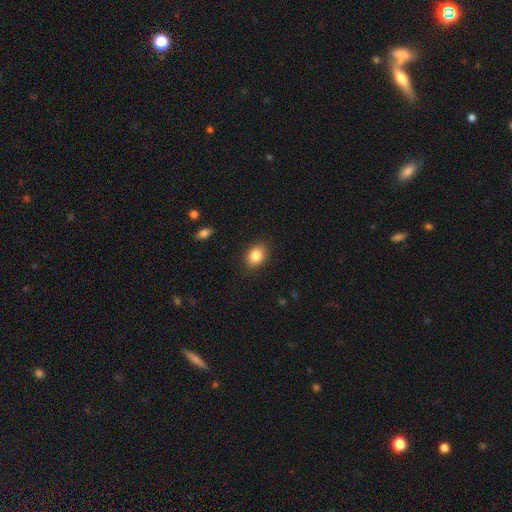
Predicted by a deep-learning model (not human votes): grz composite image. It shows a smooth galaxy with no disk features (84%) that is in between round and cigar-shaped (64%). Merging: none (88%).